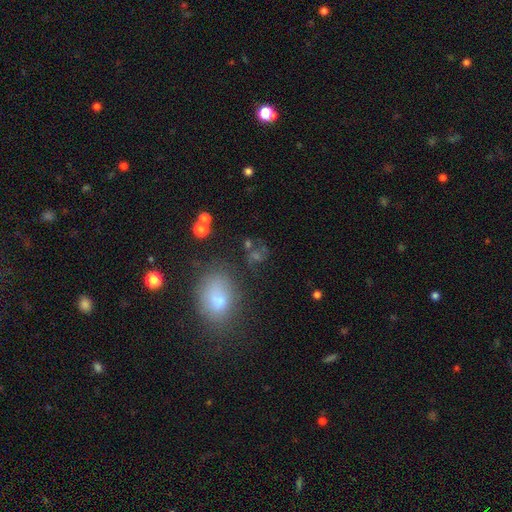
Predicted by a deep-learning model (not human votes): Smooth or featured? Predicted: smooth (p=0.53). How rounded? Predicted: in between (p=0.58). Merging? Predicted: none (p=0.61).